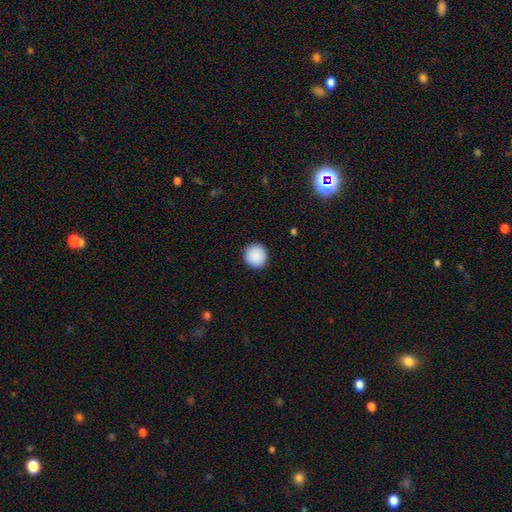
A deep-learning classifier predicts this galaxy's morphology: Smooth or featured: smooth — 90% (star or artifact — 7%)
How rounded: round — 95% (in between — 4%)
Merging: none — 92% (minor disturbance — 5%)